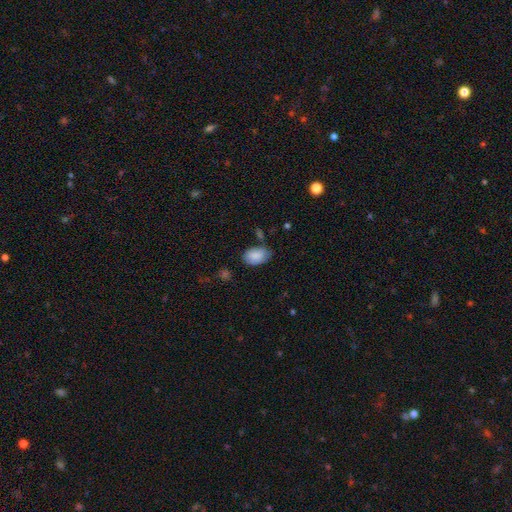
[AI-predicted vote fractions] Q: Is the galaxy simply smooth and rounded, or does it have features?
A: smooth — 87%.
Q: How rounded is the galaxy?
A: in between — 89%.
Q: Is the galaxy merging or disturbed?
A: none — 66%.